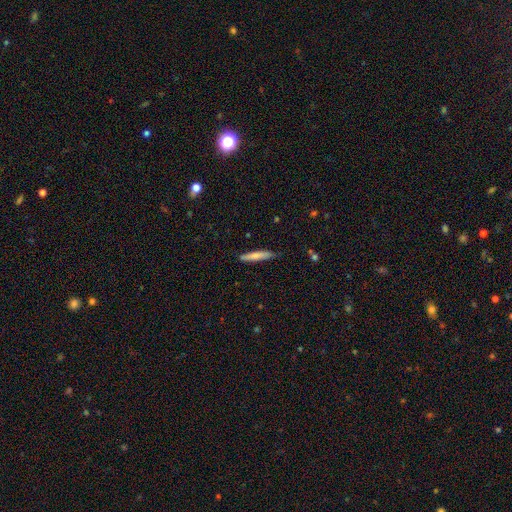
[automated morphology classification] The model was most divided on "smooth or featured": smooth: 72%, featured or disk: 22%, star or artifact: 6%. More confident: how rounded — cigar-shaped (92%); merging — none (81%).